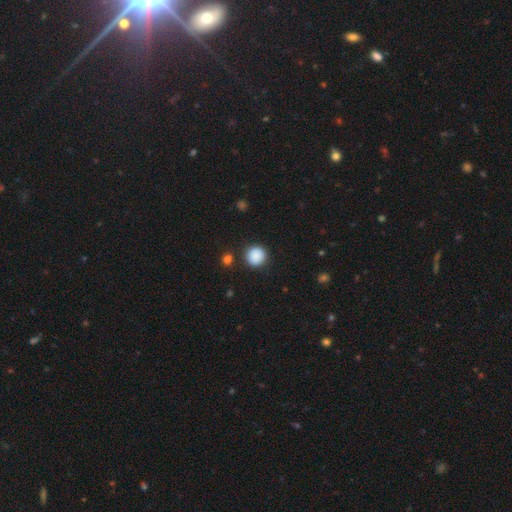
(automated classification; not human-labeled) Smooth or featured: smooth — 88% (star or artifact — 9%)
How rounded: round — 93% (in between — 6%)
Merging: none — 88% (minor disturbance — 7%)